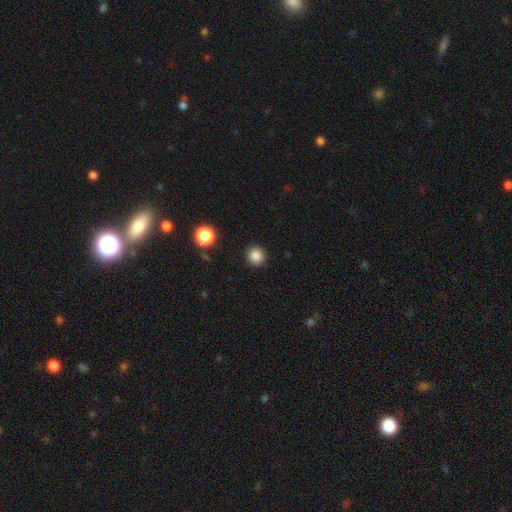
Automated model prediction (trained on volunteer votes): Overall: smooth (86%). How rounded: round (92%). Merging: none (91%).